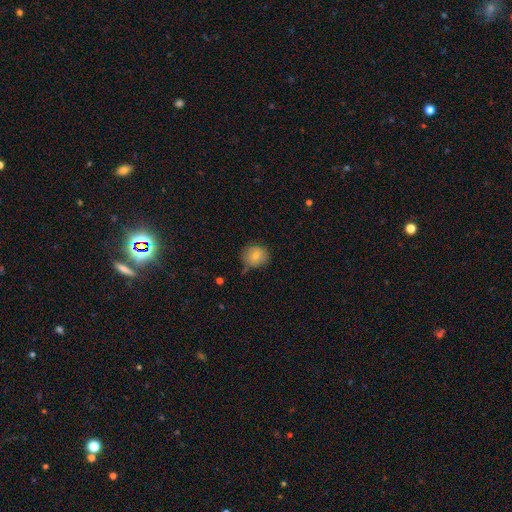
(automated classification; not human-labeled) Morphology: type=smooth (79%); roundness=round (79%); merging=none (73%).